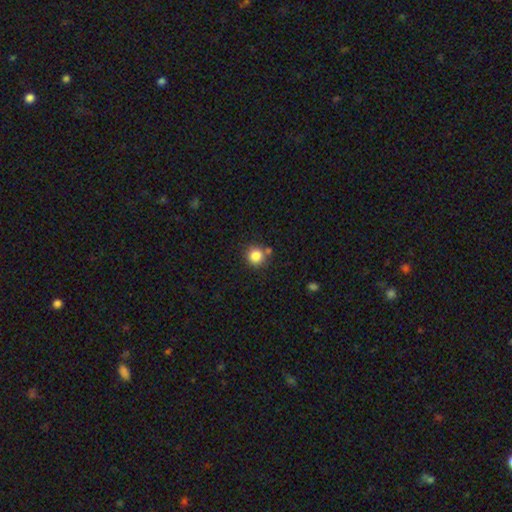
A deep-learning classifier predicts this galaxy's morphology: Smooth or featured? Predicted: smooth (p=0.84). How rounded? Predicted: round (p=0.92). Merging? Predicted: none (p=0.77).